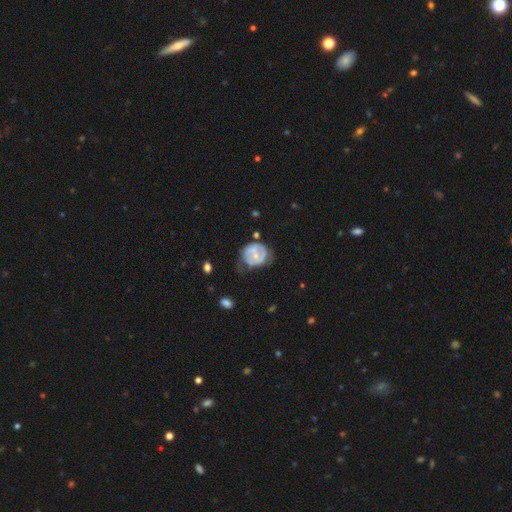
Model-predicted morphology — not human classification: A featured or disk galaxy (55%) with no bar (70%), no spiral arms (55%) and a small central bulge (48%).

Vote fractions:
- Smooth or featured? featured or disk: 55% / smooth: 39% / star or artifact: 6%
- Edge-on disk? no: 97% / yes: 3%
- Bar? no: 70% / weak: 24% / strong: 6%
- Spiral arms? no: 55% / yes: 45%
- Bulge size? small: 48% / moderate: 47% / none: 3% / large: 2% / dominant: 1%
- Merging? none: 40% / minor disturbance: 37% / major disturbance: 19% / merger: 4%